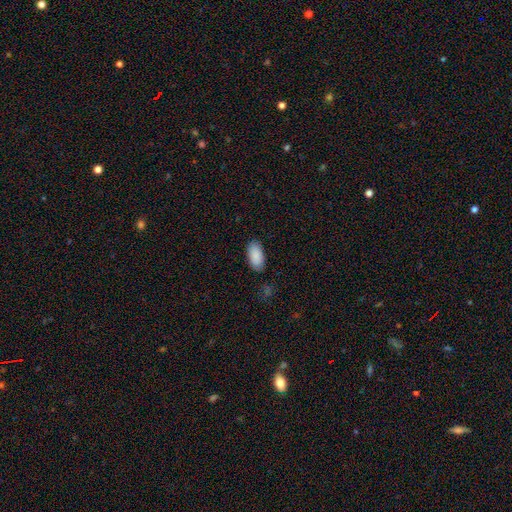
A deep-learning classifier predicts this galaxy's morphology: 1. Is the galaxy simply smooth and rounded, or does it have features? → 90% smooth, 6% star or artifact, 4% featured or disk.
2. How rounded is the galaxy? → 94% in between, 4% cigar-shaped, 2% round.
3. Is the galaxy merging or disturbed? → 85% none, 11% minor disturbance, 3% major disturbance, 1% merger.